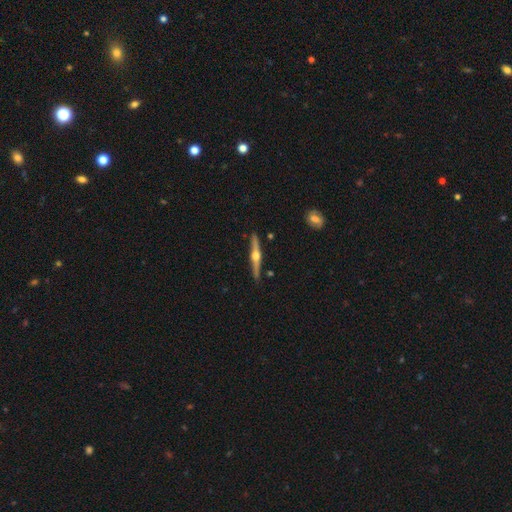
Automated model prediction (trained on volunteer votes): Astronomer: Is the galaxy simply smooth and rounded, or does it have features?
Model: featured or disk — 81%.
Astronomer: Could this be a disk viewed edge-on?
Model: yes — 98%.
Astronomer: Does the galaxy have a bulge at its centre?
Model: rounded — 96%.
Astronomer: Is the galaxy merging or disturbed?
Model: none — 90%.